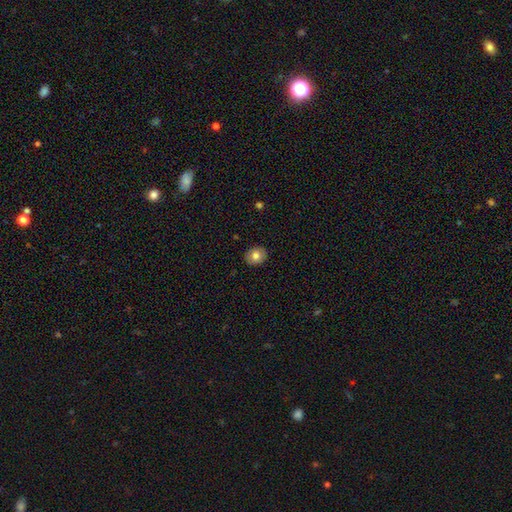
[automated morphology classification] smooth_or_featured: smooth (p=0.77) [alt: featured or disk p=0.14]
how_rounded: round (p=0.65) [alt: in between p=0.34]
merging: none (p=0.90) [alt: minor disturbance p=0.08]